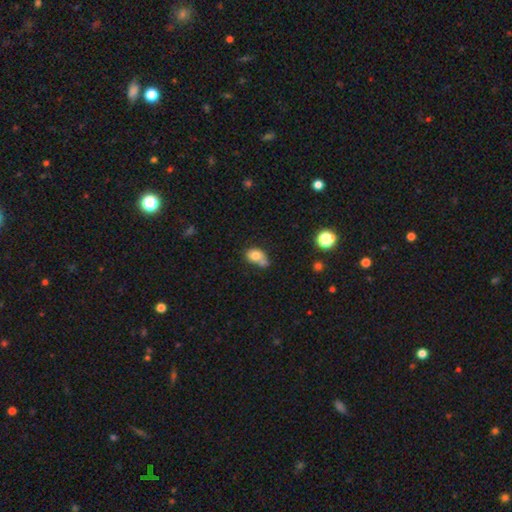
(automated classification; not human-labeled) smooth-or-featured: smooth: 75% | featured or disk: 15% | star or artifact: 10%
  how-rounded: in between: 65% | round: 34% | cigar-shaped: 2%
  merging: merger: 39% | none: 31% | minor disturbance: 21% | major disturbance: 9%